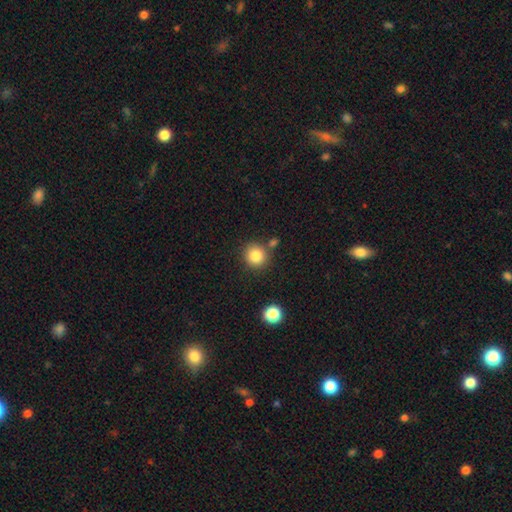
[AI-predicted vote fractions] Smooth or featured? Predicted: smooth (p=0.84). How rounded? Predicted: round (p=0.92). Merging? Predicted: none (p=0.80).